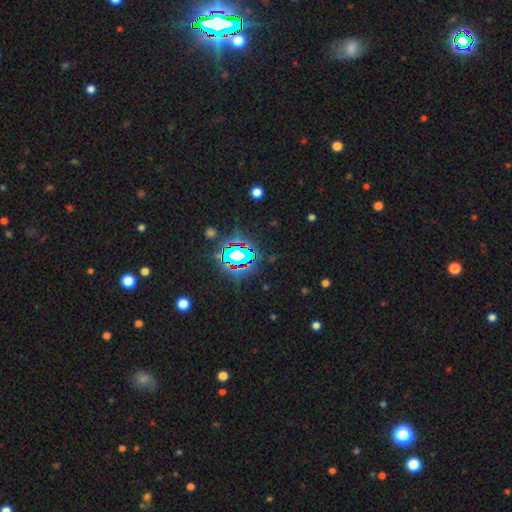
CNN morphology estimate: smooth-or-featured: star or artifact: 81% | smooth: 11% | featured or disk: 8%